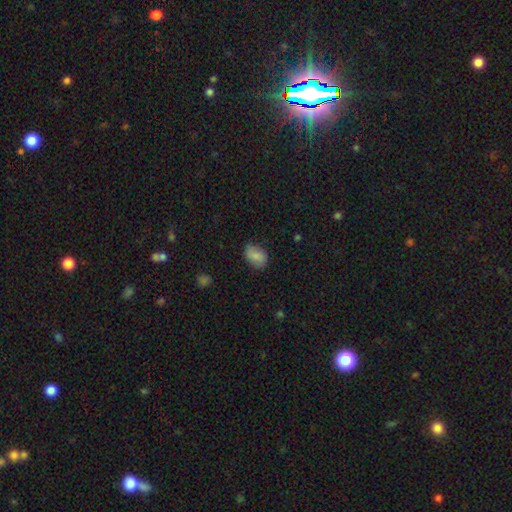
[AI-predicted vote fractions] The model was most divided on "merging": none: 70%, minor disturbance: 24%, major disturbance: 5%, merger: 1%. More confident: how rounded — in between (85%); smooth or featured — smooth (85%).